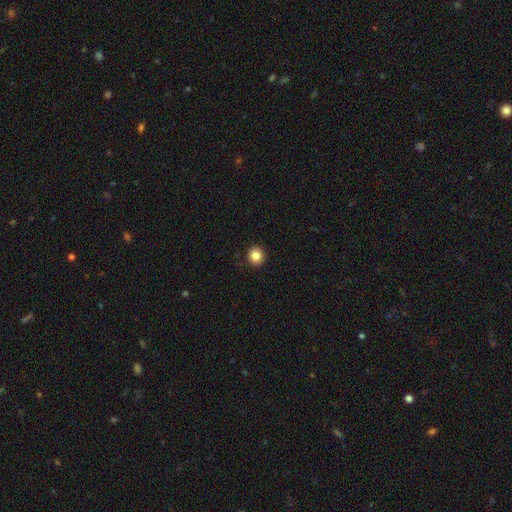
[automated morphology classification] smooth-or-featured: smooth: 84% | star or artifact: 11% | featured or disk: 5%
  how-rounded: round: 91% | in between: 8% | cigar-shaped: 1%
  merging: none: 92% | minor disturbance: 6% | major disturbance: 2% | merger: 1%